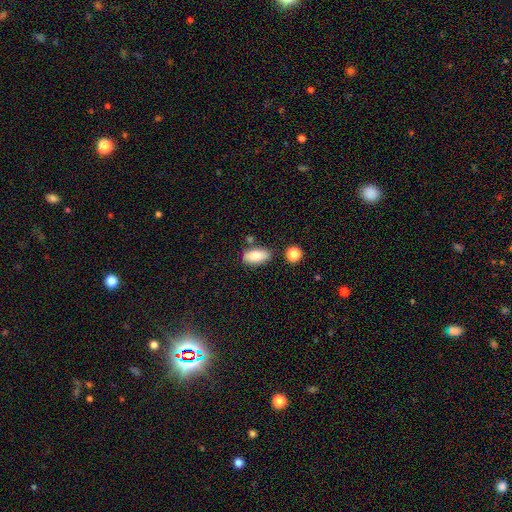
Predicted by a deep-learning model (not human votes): Smooth or featured: smooth — 85% (featured or disk — 8%)
How rounded: in between — 90% (cigar-shaped — 7%)
Merging: none — 78% (minor disturbance — 13%)